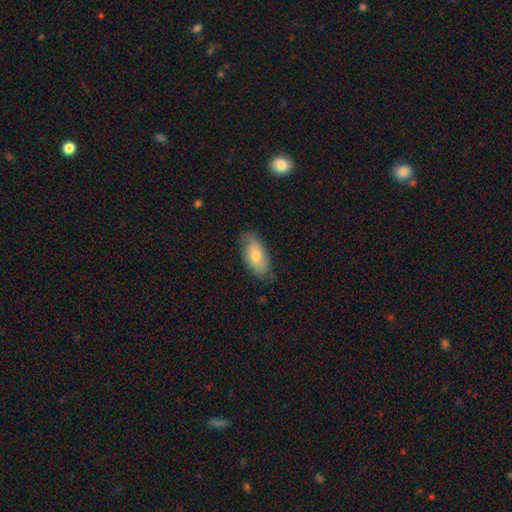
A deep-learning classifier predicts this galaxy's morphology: smooth 70%, featured or disk 24%, star or artifact 7%. Down the decision tree: how rounded — in between (91%); merging — none (78%).